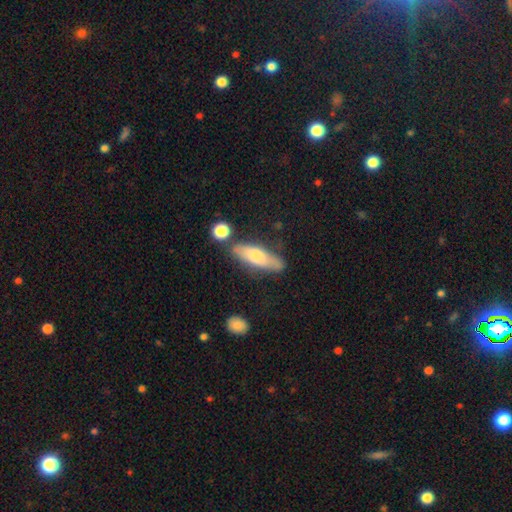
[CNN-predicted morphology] This is possibly a smooth galaxy (55%). How rounded: possibly cigar-shaped (58%). Merging: likely none (72%).